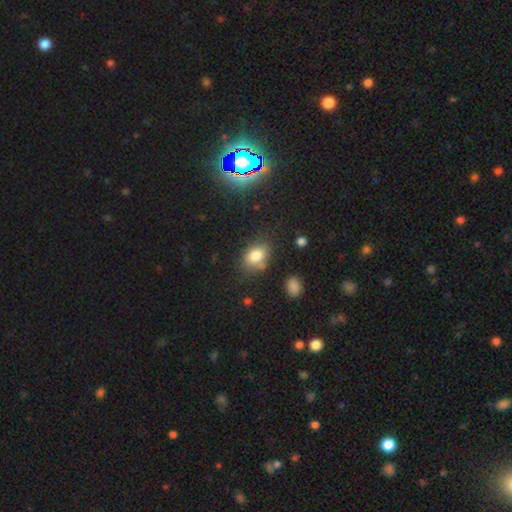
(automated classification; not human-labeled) A smooth galaxy with no disk features (80%) that is in between round and cigar-shaped (74%).

Vote fractions:
- Smooth or featured? smooth: 80% / star or artifact: 11% / featured or disk: 9%
- How rounded? in between: 74% / round: 24% / cigar-shaped: 1%
- Merging? none: 67% / minor disturbance: 20% / merger: 7% / major disturbance: 6%